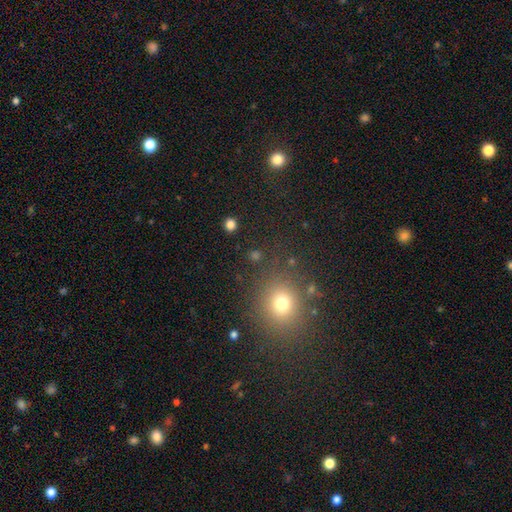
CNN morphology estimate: This is likely a smooth galaxy (62%). How rounded: clearly round (81%). Merging: clearly none (84%).